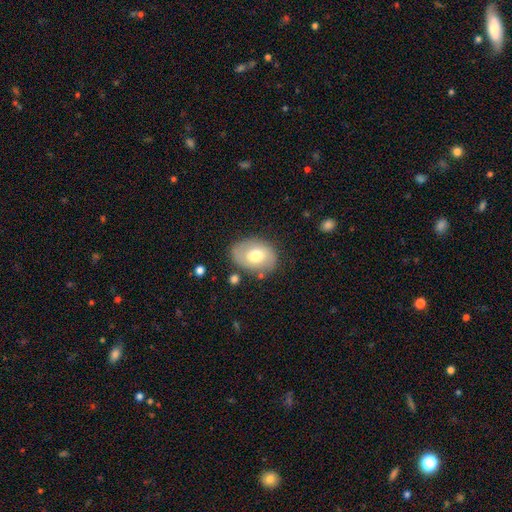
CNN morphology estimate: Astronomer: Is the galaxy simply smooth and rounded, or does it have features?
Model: smooth — 60%.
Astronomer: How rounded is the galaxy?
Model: in between — 74%.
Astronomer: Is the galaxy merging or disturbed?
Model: none — 73%.